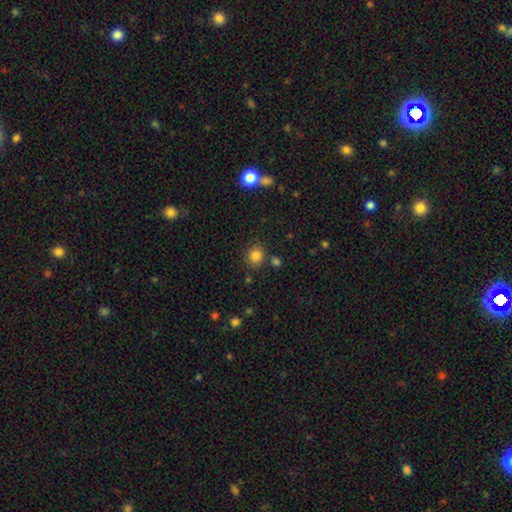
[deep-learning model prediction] Smooth or featured? Predicted: smooth (p=0.82). How rounded? Predicted: round (p=0.81). Merging? Predicted: none (p=0.81).